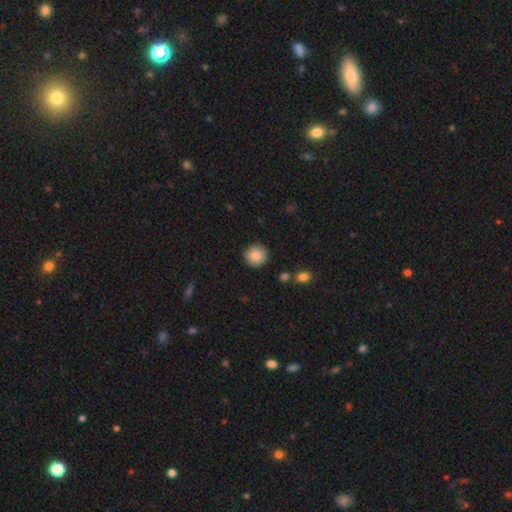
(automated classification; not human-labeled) Smooth or featured? Predicted: smooth (p=0.86). How rounded? Predicted: round (p=0.95). Merging? Predicted: none (p=0.91).